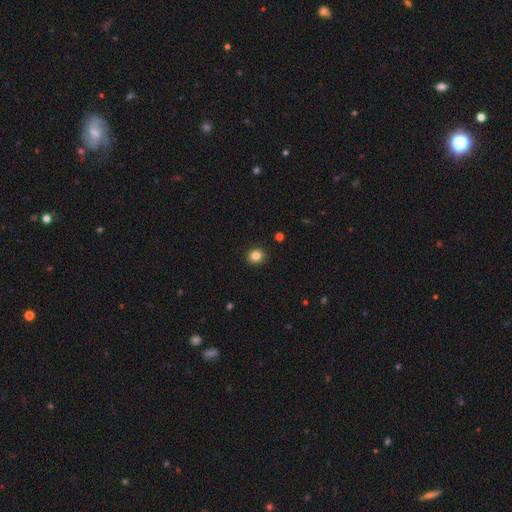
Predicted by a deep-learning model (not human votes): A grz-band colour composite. It shows a smooth galaxy with no disk features (84%) that is round (82%). Merging: none (92%).